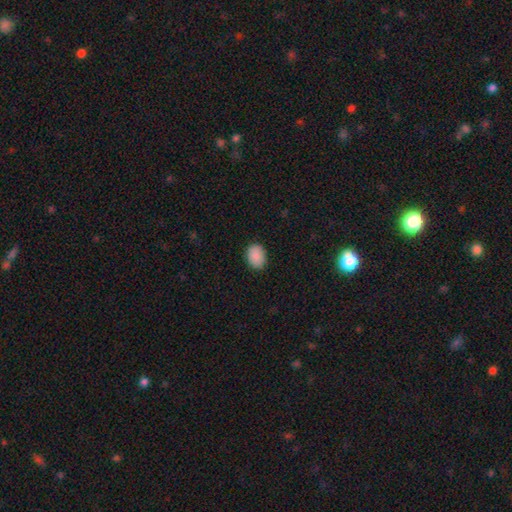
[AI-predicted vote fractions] Smooth or featured: smooth — 90% (star or artifact — 7%)
How rounded: in between — 70% (round — 29%)
Merging: none — 87% (minor disturbance — 10%)